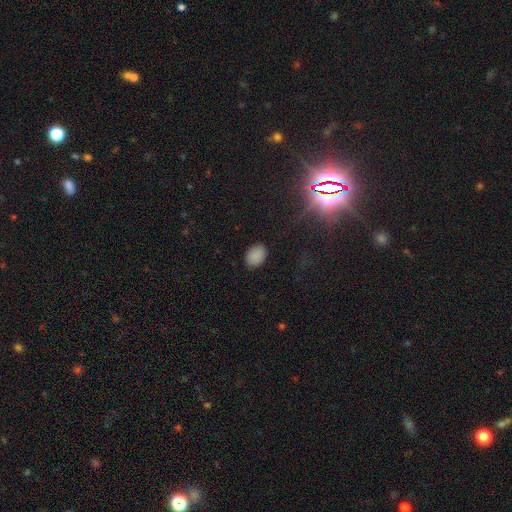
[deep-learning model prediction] Q: Smooth or featured?
A: smooth (84%); runner-up: star or artifact (12%)
Q: How rounded?
A: in between (77%); runner-up: round (22%)
Q: Merging?
A: none (86%); runner-up: minor disturbance (11%)